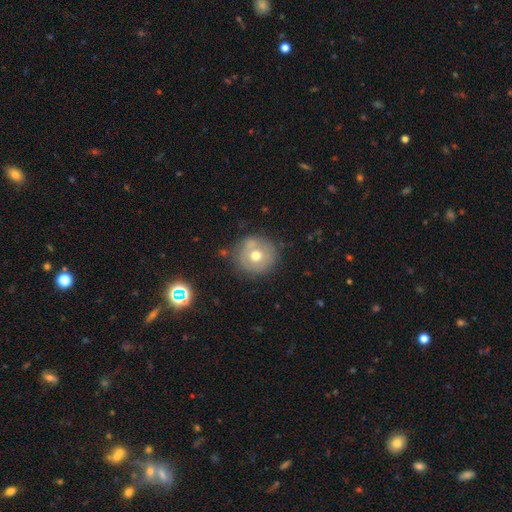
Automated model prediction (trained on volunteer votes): smooth_or_featured: smooth (p=0.58) [alt: featured or disk p=0.32]
how_rounded: round (p=0.92) [alt: in between p=0.07]
merging: none (p=0.75) [alt: minor disturbance p=0.15]